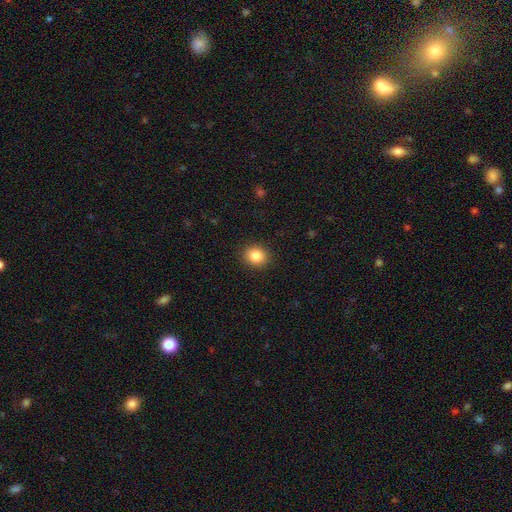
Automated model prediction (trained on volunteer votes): Overall: smooth (85%). How rounded: round (70%). Merging: none (90%).